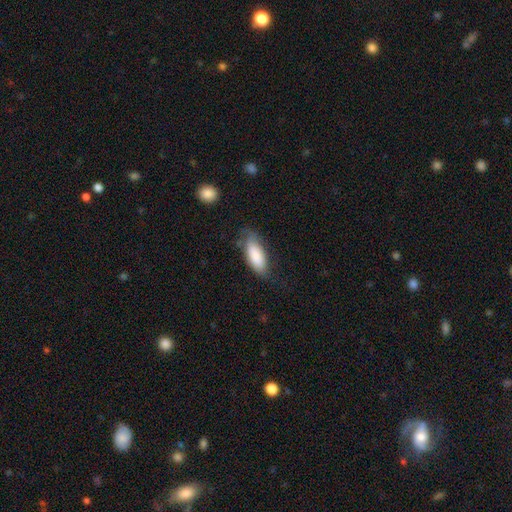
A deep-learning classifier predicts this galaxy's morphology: This is clearly a smooth galaxy (83%). How rounded: clearly in between (81%). Merging: possibly none (59%).